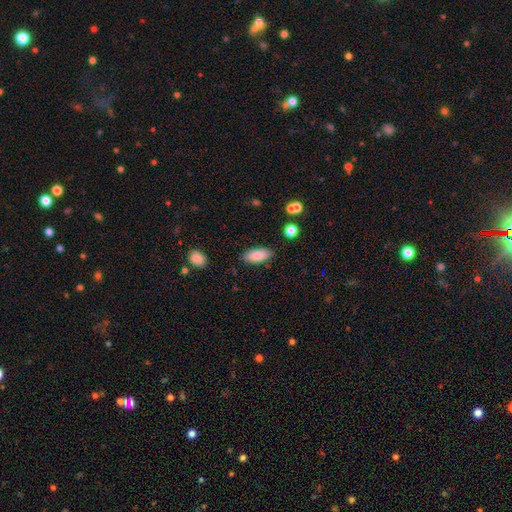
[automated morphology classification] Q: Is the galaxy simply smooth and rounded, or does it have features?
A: smooth — 86%.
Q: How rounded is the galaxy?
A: in between — 84%.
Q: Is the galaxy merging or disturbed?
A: none — 85%.